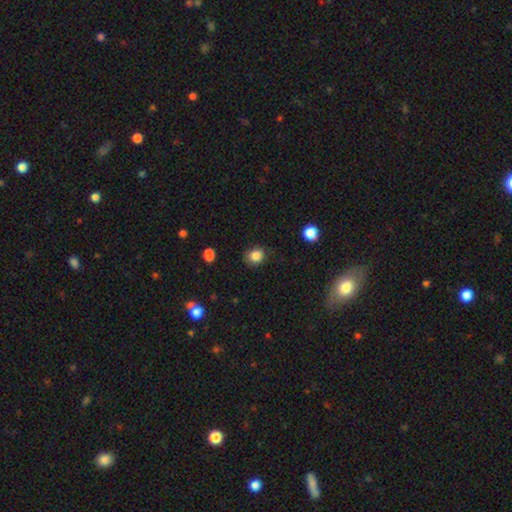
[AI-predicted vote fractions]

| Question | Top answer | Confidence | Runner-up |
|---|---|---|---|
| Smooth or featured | smooth | 85% | star or artifact (11%) |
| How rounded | round | 77% | in between (22%) |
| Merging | none | 80% | minor disturbance (15%) |